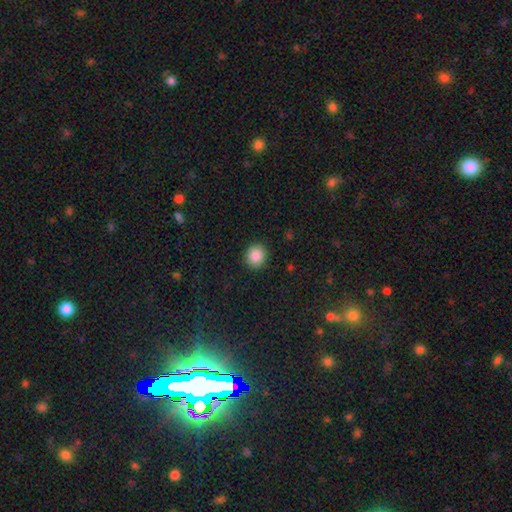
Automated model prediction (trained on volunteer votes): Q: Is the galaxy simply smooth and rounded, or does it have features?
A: smooth — 88%.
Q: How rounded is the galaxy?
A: round — 84%.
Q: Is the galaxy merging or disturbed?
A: none — 91%.